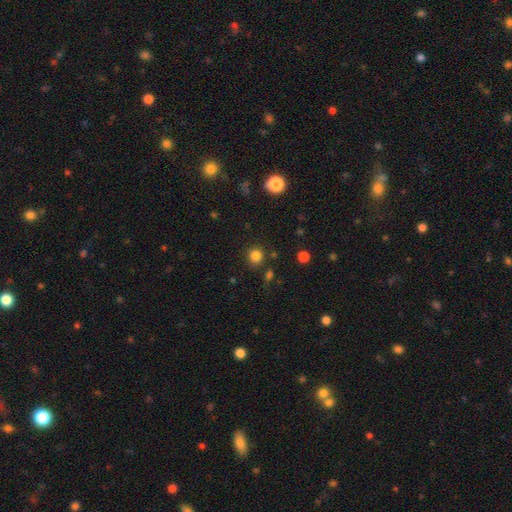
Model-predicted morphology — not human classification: The model was most divided on "smooth or featured": smooth: 81%, star or artifact: 14%, featured or disk: 4%. More confident: how rounded — round (91%); merging — none (85%).